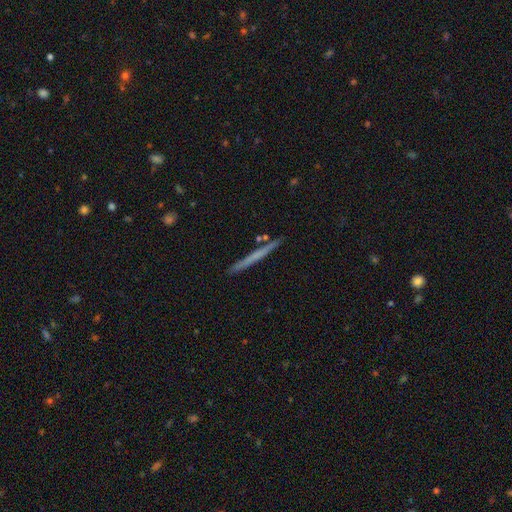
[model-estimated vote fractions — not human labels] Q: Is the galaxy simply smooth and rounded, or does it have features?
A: featured or disk — 47%, tied with smooth.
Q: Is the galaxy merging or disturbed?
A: none — 90%.